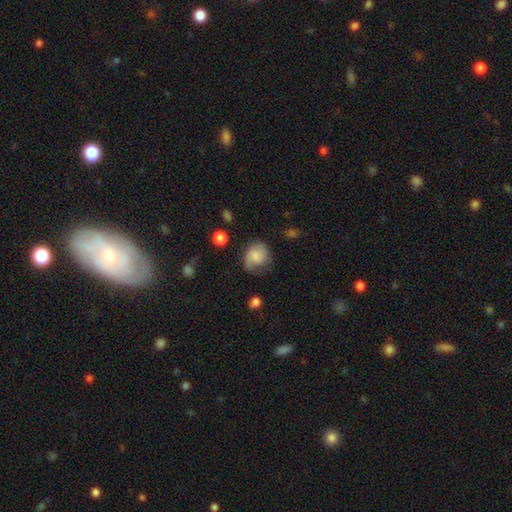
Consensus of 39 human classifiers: Smooth or featured: smooth — 59% (featured or disk — 36%)
How rounded: round — 48% (tied with in between — 48%)
Merging: none — 32% (tied with minor disturbance — 32%)